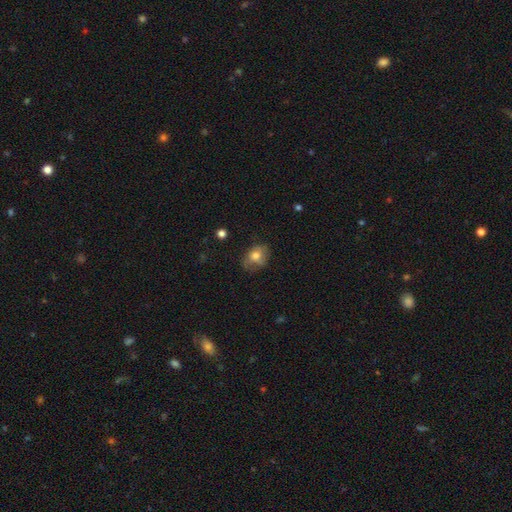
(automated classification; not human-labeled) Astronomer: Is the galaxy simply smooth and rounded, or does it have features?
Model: smooth — 72%.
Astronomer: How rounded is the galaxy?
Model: in between — 58% (runner-up: round, 40%).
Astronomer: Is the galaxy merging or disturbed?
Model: none — 54% (runner-up: minor disturbance, 30%).